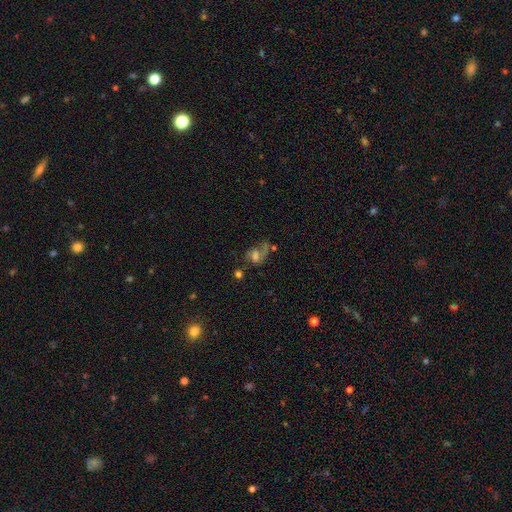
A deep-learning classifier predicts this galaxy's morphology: featured or disk 40%, smooth 38%, star or artifact 21%. Down the decision tree: merging — major disturbance (36%).